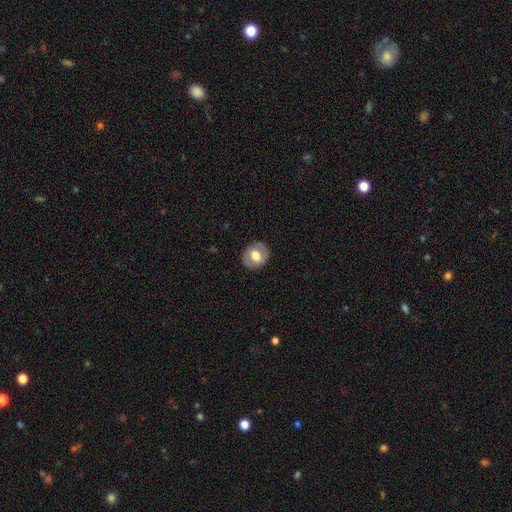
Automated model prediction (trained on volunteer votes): A smooth galaxy with no disk features (53%) that is round (72%).

Vote fractions:
- Smooth or featured? smooth: 53% / featured or disk: 40% / star or artifact: 7%
- How rounded? round: 72% / in between: 27% / cigar-shaped: 1%
- Merging? none: 86% / minor disturbance: 10% / major disturbance: 3% / merger: 1%